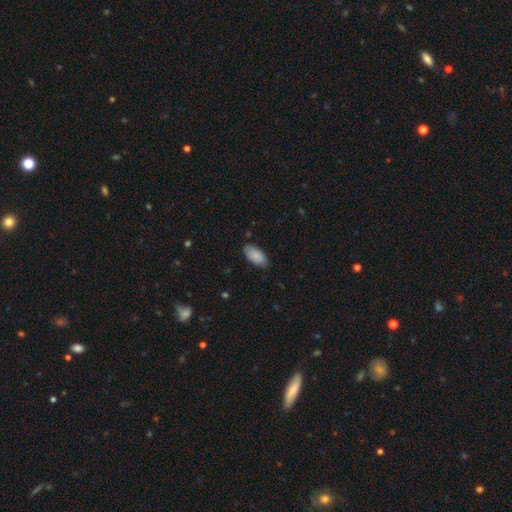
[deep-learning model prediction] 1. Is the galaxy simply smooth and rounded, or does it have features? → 89% smooth, 6% star or artifact, 5% featured or disk.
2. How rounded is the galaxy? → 93% in between, 5% cigar-shaped, 2% round.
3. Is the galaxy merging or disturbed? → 80% none, 16% minor disturbance, 3% major disturbance, 1% merger.